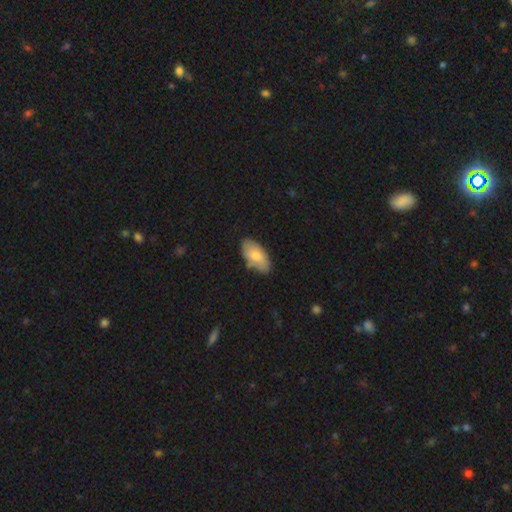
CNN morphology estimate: Smooth or featured? Predicted: smooth (p=0.78). How rounded? Predicted: in between (p=0.94). Merging? Predicted: none (p=0.71).